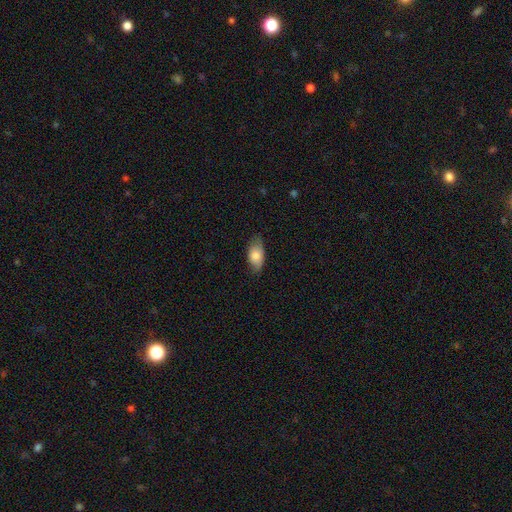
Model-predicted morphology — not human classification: smooth 80%, featured or disk 14%, star or artifact 7%. Down the decision tree: how rounded — in between (90%); merging — none (73%).